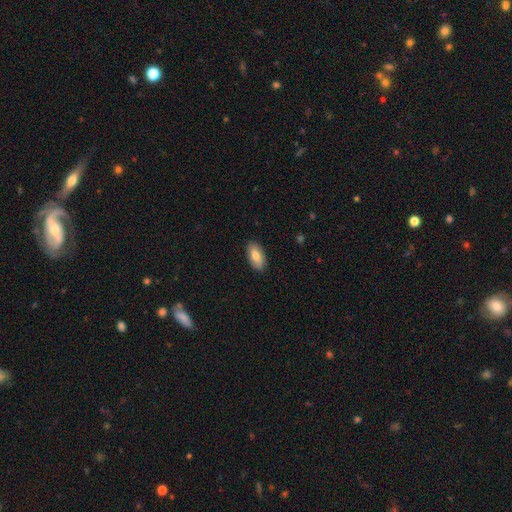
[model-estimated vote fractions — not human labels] A smooth galaxy with no disk features (79%) that is in between round and cigar-shaped (92%). Merging: none (88%).